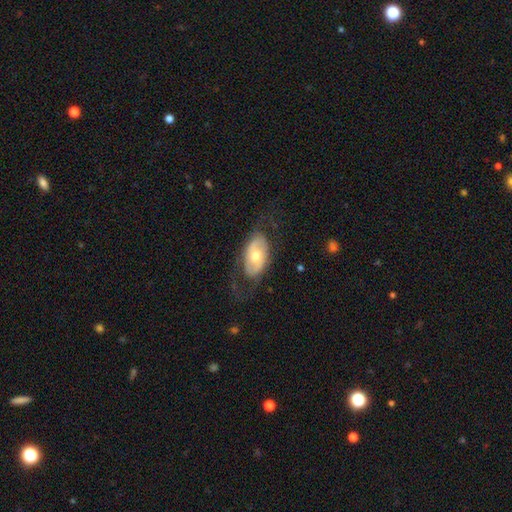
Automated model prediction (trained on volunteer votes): This appears to be a featured or disk galaxy (53%). Merging: none (66%).